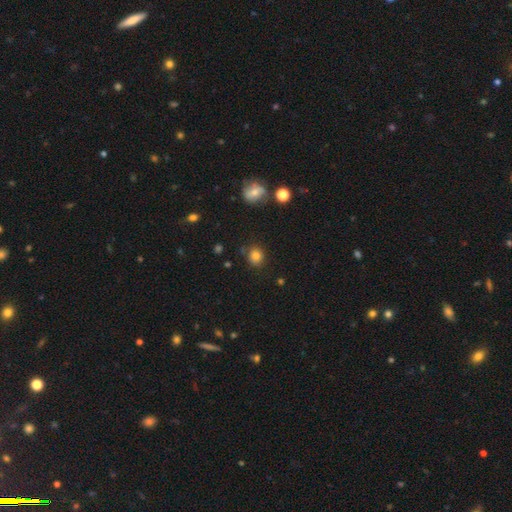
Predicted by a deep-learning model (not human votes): smooth_or_featured: smooth (p=0.80) [alt: star or artifact p=0.13]
how_rounded: round (p=0.79) [alt: in between p=0.20]
merging: none (p=0.81) [alt: minor disturbance p=0.12]